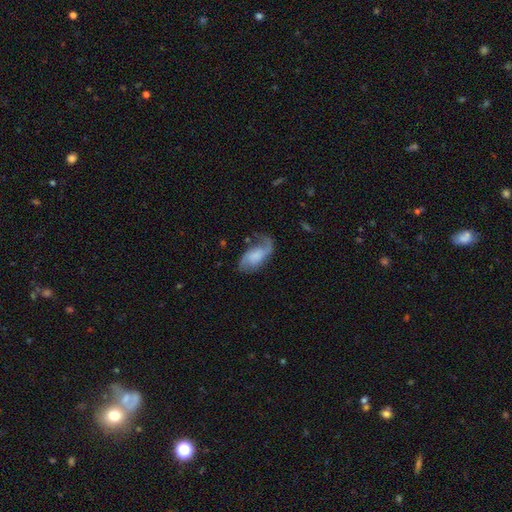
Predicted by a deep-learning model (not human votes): Overall: featured or disk (64%; smooth 28%). Edge-on disk: no (95%). Bar: no (59%; weak 33%). Spiral arms: yes (90%). Spiral arm count: 2 (73%). Spiral winding: loose (59%; medium 31%). Bulge size: none (34%; small 23%). Merging: none (51%; minor disturbance 25%).